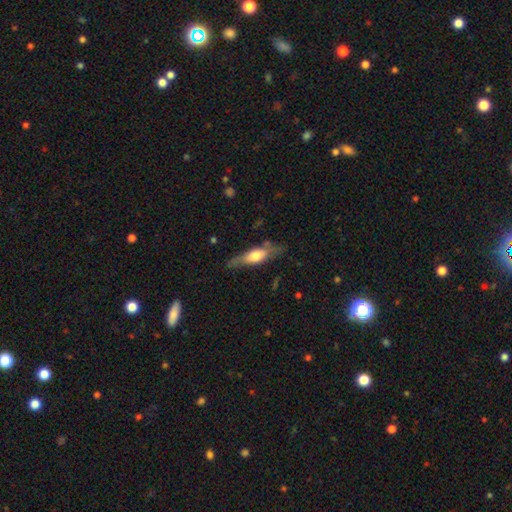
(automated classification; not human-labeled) Smooth or featured: featured or disk — 48% (smooth — 47%)
Merging: none — 73% (minor disturbance — 19%)